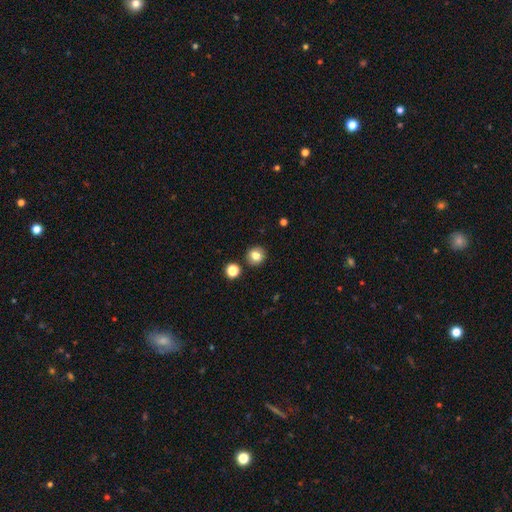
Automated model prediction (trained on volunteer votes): smooth-or-featured: smooth: 80% | star or artifact: 12% | featured or disk: 8%
  how-rounded: round: 89% | in between: 10% | cigar-shaped: 1%
  merging: none: 88% | minor disturbance: 6% | merger: 4% | major disturbance: 2%